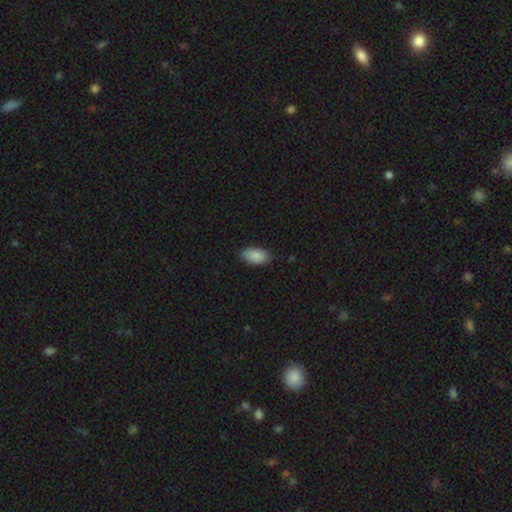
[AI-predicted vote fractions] This appears to be a smooth galaxy with no disk features (88%) that is in between round and cigar-shaped (94%). Merging: none (79%).